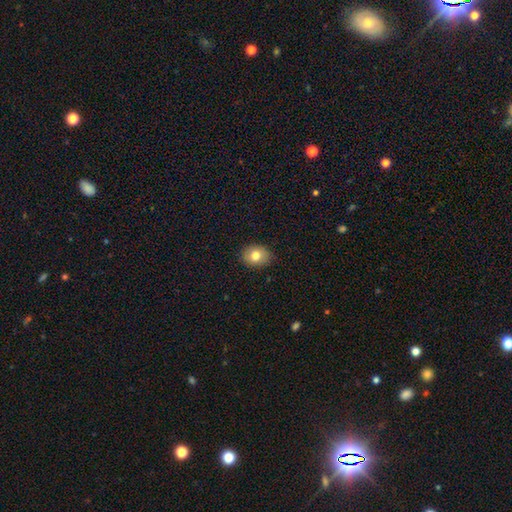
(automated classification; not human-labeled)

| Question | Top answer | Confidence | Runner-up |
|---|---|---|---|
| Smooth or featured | smooth | 79% | featured or disk (12%) |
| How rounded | in between | 55% | round (44%) |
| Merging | none | 87% | minor disturbance (10%) |